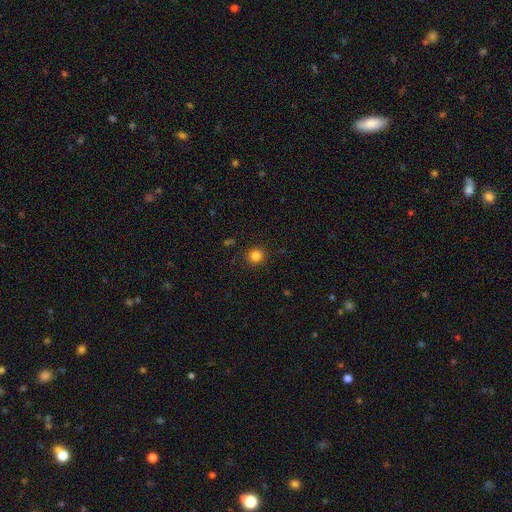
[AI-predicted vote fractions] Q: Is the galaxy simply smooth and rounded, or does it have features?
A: smooth — 84%.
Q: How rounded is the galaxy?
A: round — 93%.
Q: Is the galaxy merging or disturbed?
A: none — 90%.